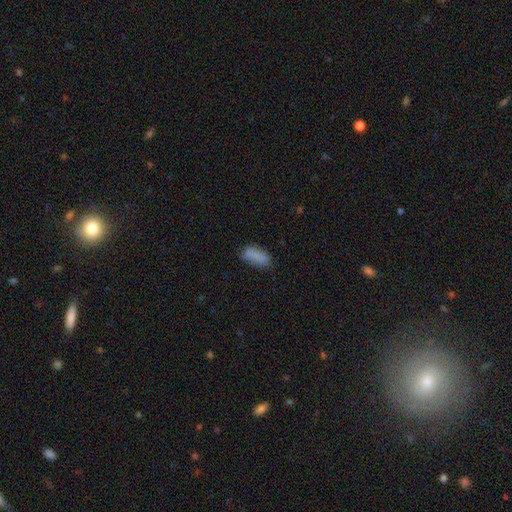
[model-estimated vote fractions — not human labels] A smooth galaxy with no disk features (81%) that is in between round and cigar-shaped (81%).

Vote fractions:
- Smooth or featured? smooth: 81% / star or artifact: 10% / featured or disk: 9%
- How rounded? in between: 81% / cigar-shaped: 16% / round: 3%
- Merging? none: 61% / minor disturbance: 25% / major disturbance: 9% / merger: 4%